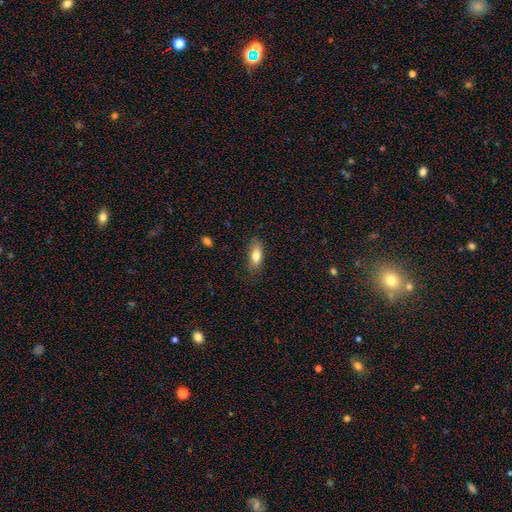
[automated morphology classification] smooth-or-featured: smooth: 77% | featured or disk: 15% | star or artifact: 8%
  how-rounded: in between: 76% | cigar-shaped: 20% | round: 4%
  merging: none: 78% | minor disturbance: 17% | major disturbance: 4% | merger: 1%